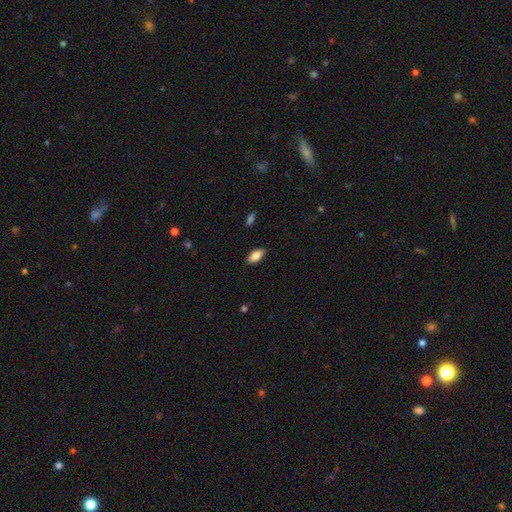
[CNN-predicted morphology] Smooth or featured: smooth — 84% (featured or disk — 9%)
How rounded: in between — 89% (cigar-shaped — 8%)
Merging: none — 88% (minor disturbance — 9%)